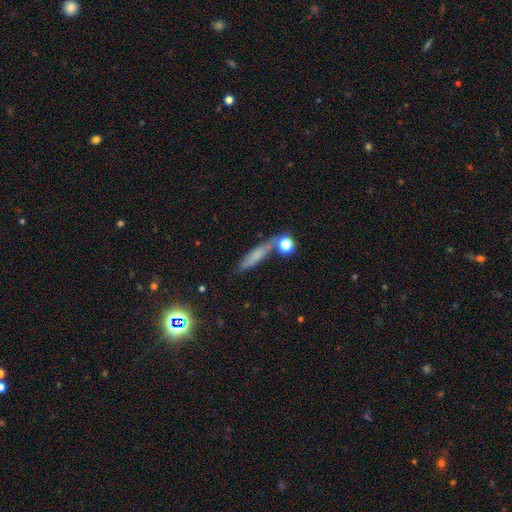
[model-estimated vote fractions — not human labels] Smooth or featured? smooth (65%)
How rounded? cigar-shaped (76%)
Merging? none (60%)